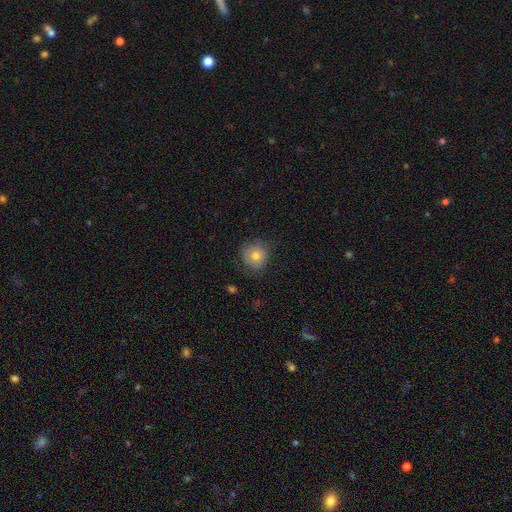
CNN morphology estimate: This is likely a smooth galaxy (75%). How rounded: clearly round (89%). Merging: likely none (76%).